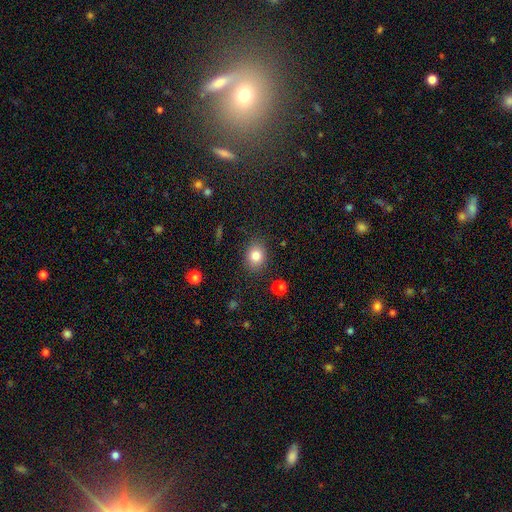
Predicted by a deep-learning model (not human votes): This is clearly a smooth galaxy (82%). How rounded: possibly round (52%). Merging: clearly none (85%).